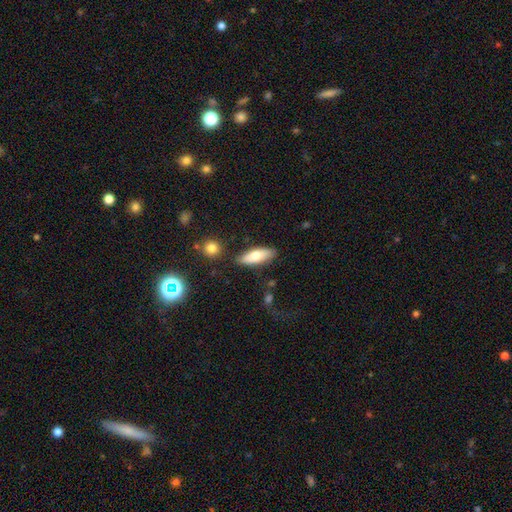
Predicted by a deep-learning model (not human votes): Smooth or featured?
  - smooth: 72% *
  - featured or disk: 22%
  - star or artifact: 6%
How rounded?
  - in between: 66% *
  - cigar-shaped: 32%
  - round: 2%
Merging?
  - none: 81% *
  - minor disturbance: 12%
  - merger: 4%
  - major disturbance: 3%